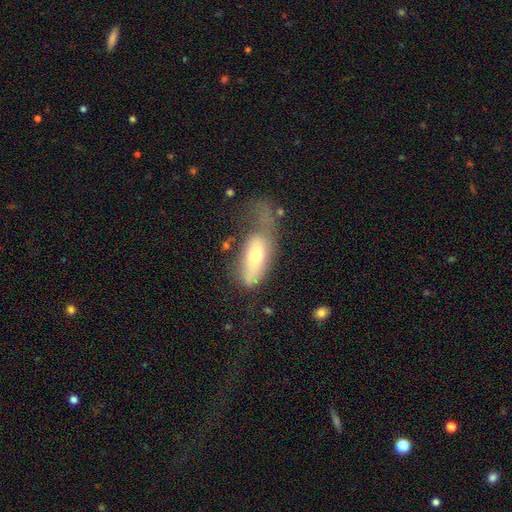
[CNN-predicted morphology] smooth 58%, featured or disk 34%, star or artifact 7%. Down the decision tree: how rounded — in between (79%); merging — major disturbance (46%).